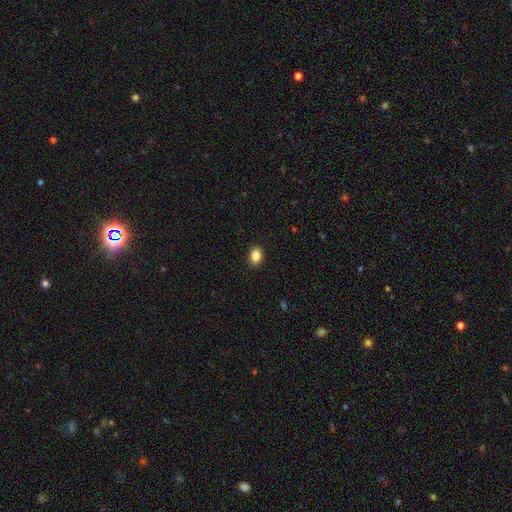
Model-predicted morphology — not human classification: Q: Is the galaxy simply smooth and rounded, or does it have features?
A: smooth — 87%.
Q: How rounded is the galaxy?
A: in between — 76%.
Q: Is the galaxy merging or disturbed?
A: none — 90%.